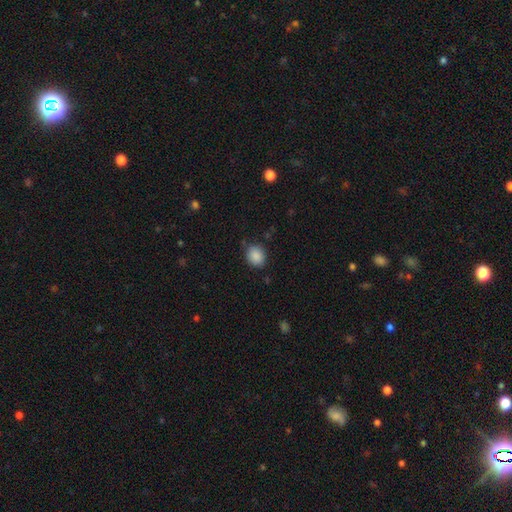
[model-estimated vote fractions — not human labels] smooth-or-featured: smooth: 88% | star or artifact: 8% | featured or disk: 3%
  how-rounded: round: 58% | in between: 41% | cigar-shaped: 1%
  merging: none: 84% | minor disturbance: 12% | major disturbance: 3% | merger: 2%